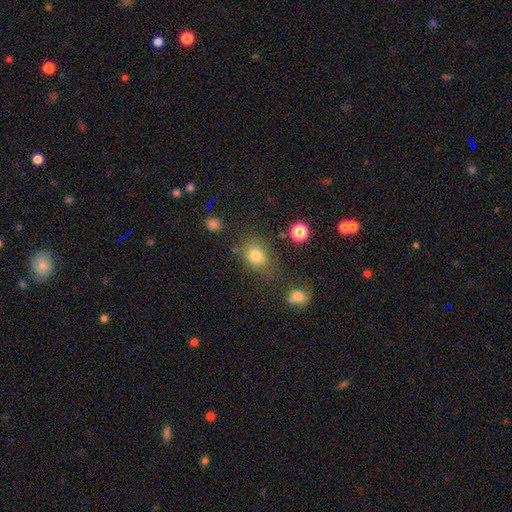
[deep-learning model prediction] Smooth or featured? smooth (78%)
How rounded? in between (57%)
Merging? none (66%)